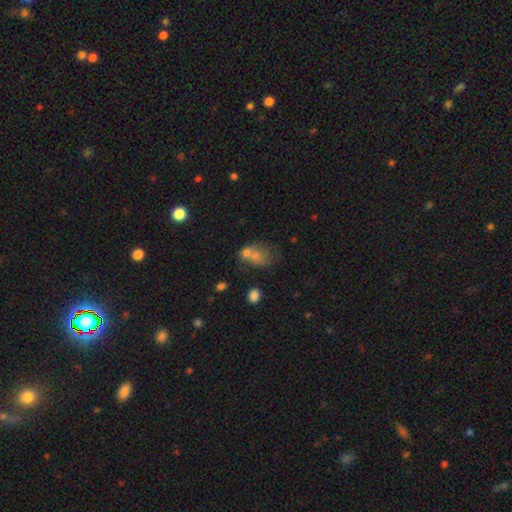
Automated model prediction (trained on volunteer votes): smooth_or_featured: smooth (p=0.59) [alt: featured or disk p=0.21]
how_rounded: in between (p=0.59) [alt: round p=0.39]
merging: merger (p=0.38) [alt: none p=0.33]